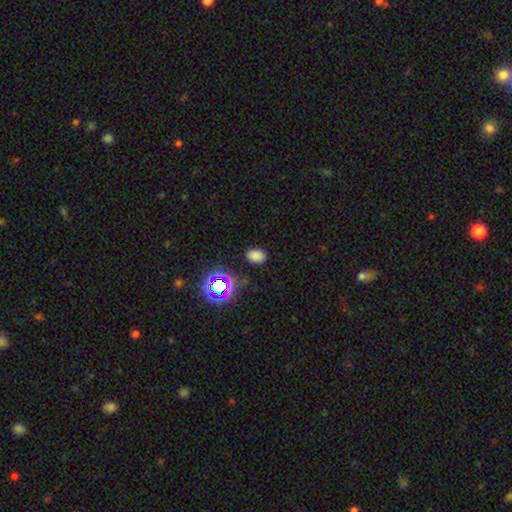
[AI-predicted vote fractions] Smooth or featured? smooth (76%)
How rounded? in between (83%)
Merging? none (86%)